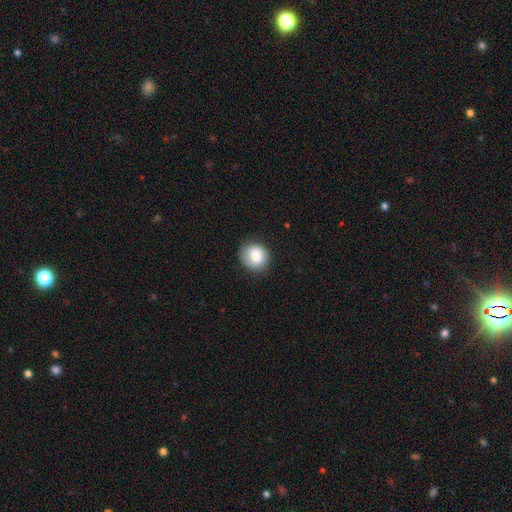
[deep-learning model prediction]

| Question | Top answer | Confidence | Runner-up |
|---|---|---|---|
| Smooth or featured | smooth | 82% | featured or disk (10%) |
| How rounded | round | 82% | in between (17%) |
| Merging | none | 83% | minor disturbance (13%) |